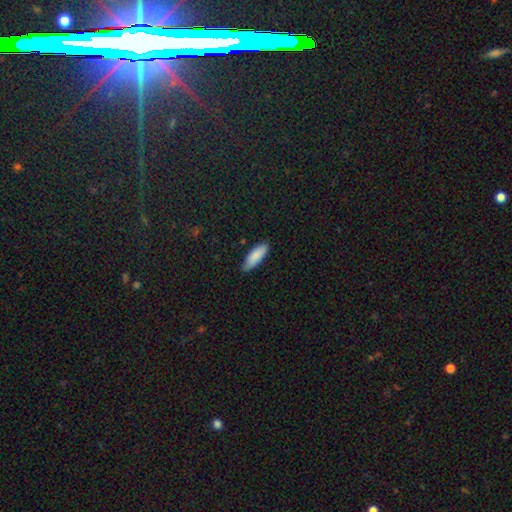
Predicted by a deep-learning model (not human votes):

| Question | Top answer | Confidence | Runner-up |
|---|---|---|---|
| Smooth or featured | smooth | 88% | featured or disk (7%) |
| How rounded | in between | 62% | cigar-shaped (36%) |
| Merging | none | 82% | minor disturbance (15%) |